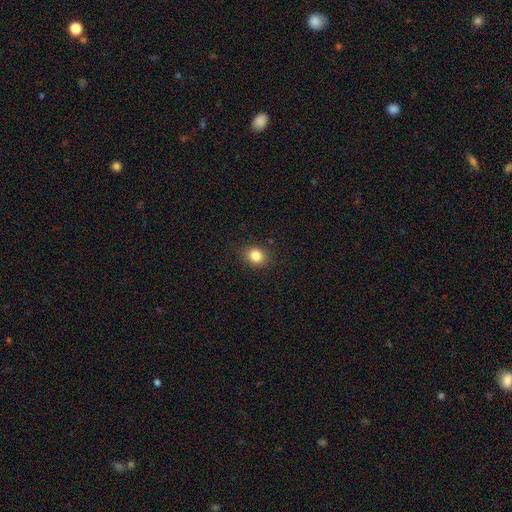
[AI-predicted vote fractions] smooth-or-featured: smooth: 84% | star or artifact: 11% | featured or disk: 5%
  how-rounded: round: 68% | in between: 31% | cigar-shaped: 1%
  merging: none: 88% | minor disturbance: 9% | major disturbance: 2% | merger: 1%